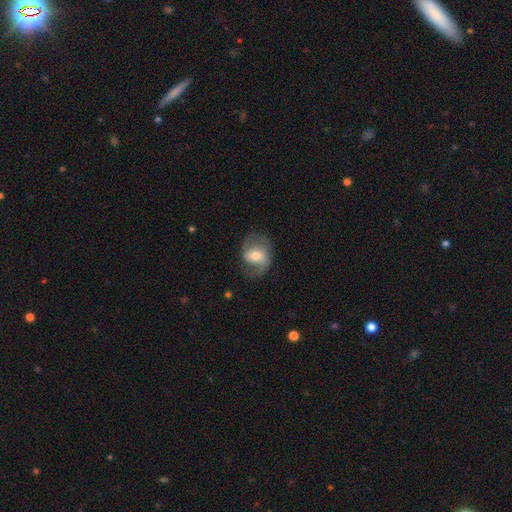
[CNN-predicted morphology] Q: Smooth or featured?
A: featured or disk (60%); runner-up: smooth (32%)
Q: Edge-on disk?
A: no (96%); runner-up: yes (4%)
Q: Bar?
A: weak (44%); runner-up: no (33%)
Q: Spiral arms?
A: yes (83%); runner-up: no (17%)
Q: Bulge size?
A: moderate (58%); runner-up: small (29%)
Q: Merging?
A: none (64%); runner-up: minor disturbance (20%)